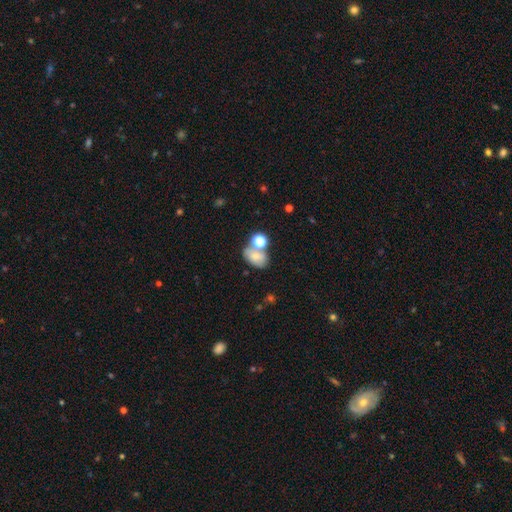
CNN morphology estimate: smooth-or-featured: smooth: 68% | featured or disk: 19% | star or artifact: 13%
  how-rounded: in between: 76% | round: 23% | cigar-shaped: 2%
  merging: none: 41% | merger: 36% | minor disturbance: 16% | major disturbance: 8%